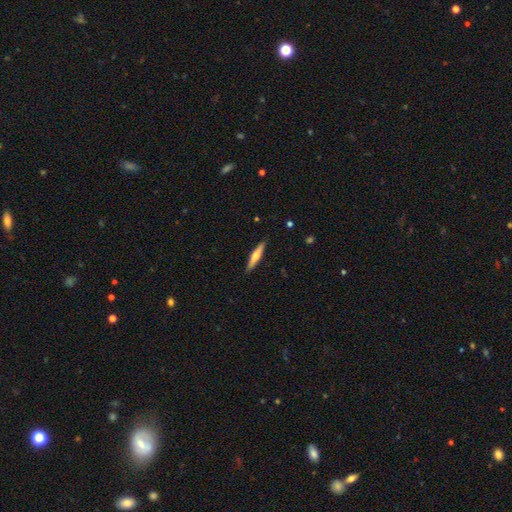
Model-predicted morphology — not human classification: This is possibly a smooth galaxy (53%). How rounded: clearly cigar-shaped (88%). Merging: clearly none (90%).